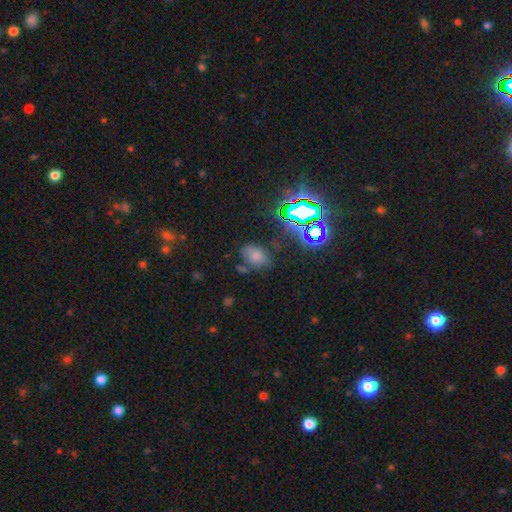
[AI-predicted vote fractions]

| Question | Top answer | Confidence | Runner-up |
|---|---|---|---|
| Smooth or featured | smooth | 63% | star or artifact (26%) |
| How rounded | in between | 78% | round (20%) |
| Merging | none | 63% | minor disturbance (20%) |